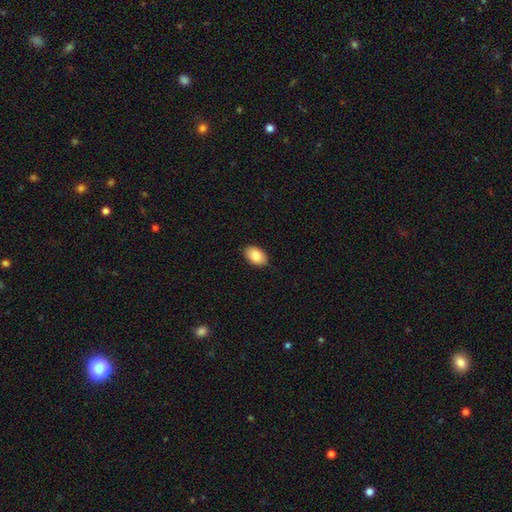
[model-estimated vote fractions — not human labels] Q: Smooth or featured?
A: smooth (87%); runner-up: featured or disk (7%)
Q: How rounded?
A: in between (92%); runner-up: round (7%)
Q: Merging?
A: none (88%); runner-up: minor disturbance (9%)